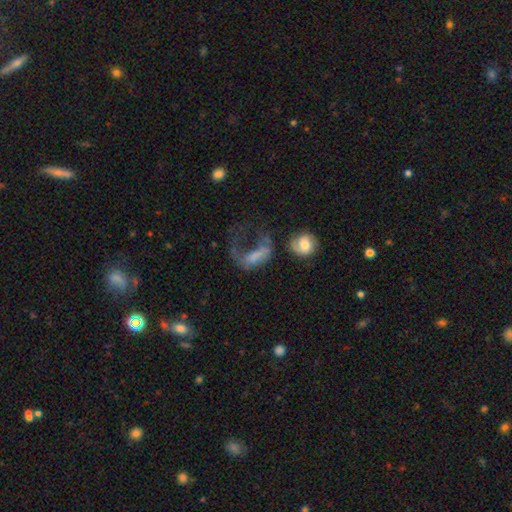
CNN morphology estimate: Smooth or featured?
  - smooth: 50% *
  - featured or disk: 38%
  - star or artifact: 13%
Merging?
  - major disturbance: 61% *
  - none: 16%
  - merger: 13%
  - minor disturbance: 10%